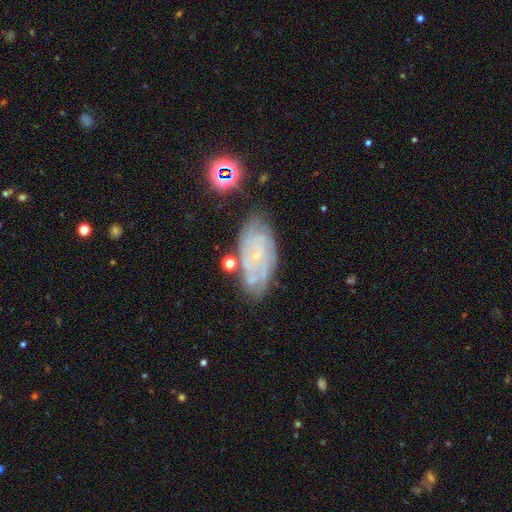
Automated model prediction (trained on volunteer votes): Smooth or featured: featured or disk — 75% (smooth — 16%)
Edge-on disk: no — 95% (yes — 5%)
Bar: no — 72% (weak — 22%)
Spiral arms: yes — 89% (no — 11%)
Spiral winding: tight — 71% (medium — 23%)
Spiral arm count: can't tell — 47% (2 — 16%)
Bulge size: small — 85% (moderate — 8%)
Merging: none — 68% (minor disturbance — 21%)